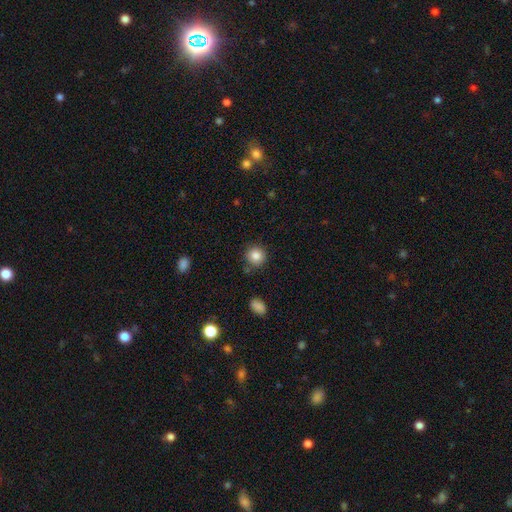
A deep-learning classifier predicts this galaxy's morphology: Smooth or featured?
  - smooth: 85% *
  - star or artifact: 10%
  - featured or disk: 6%
How rounded?
  - round: 92% *
  - in between: 7%
  - cigar-shaped: 1%
Merging?
  - none: 86% *
  - minor disturbance: 8%
  - merger: 3%
  - major disturbance: 2%